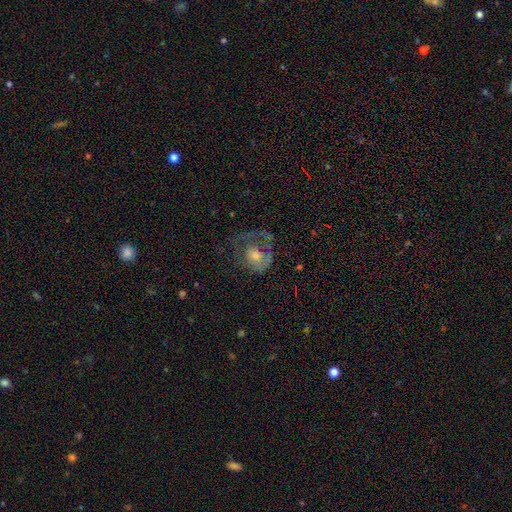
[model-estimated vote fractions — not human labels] smooth_or_featured: featured or disk (p=0.62) [alt: smooth p=0.28]
disk_edge_on: no (p=0.97) [alt: yes p=0.03]
bar: no (p=0.80) [alt: weak p=0.17]
has_spiral_arms: yes (p=0.64) [alt: no p=0.36]
bulge_size: moderate (p=0.54) [alt: small p=0.35]
merging: none (p=0.40) [alt: major disturbance p=0.39]